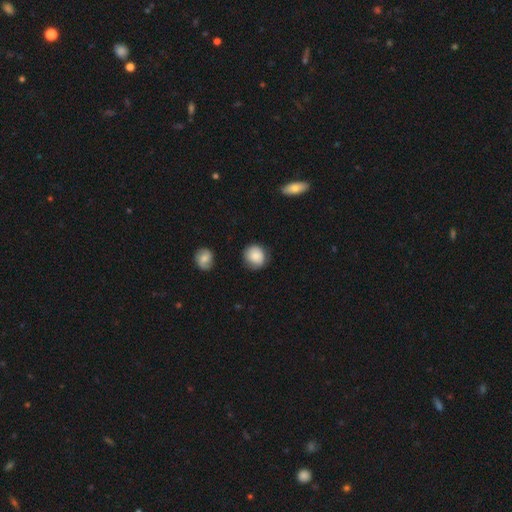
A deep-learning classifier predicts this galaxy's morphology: Q: Smooth or featured?
A: smooth (80%); runner-up: featured or disk (12%)
Q: How rounded?
A: round (83%); runner-up: in between (16%)
Q: Merging?
A: none (76%); runner-up: minor disturbance (18%)